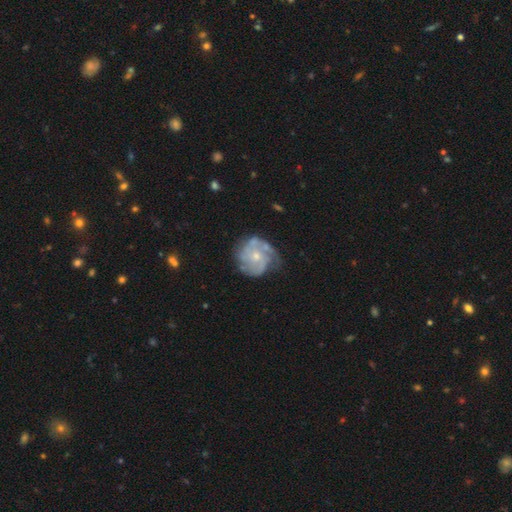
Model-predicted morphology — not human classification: The model was most divided on "spiral winding": tight: 48%, medium: 38%, loose: 14%. Remaining: edge-on disk — no (98%); spiral arms — yes (89%); smooth or featured — featured or disk (78%); bar — no (76%); bulge size — small (60%); merging — none (59%); spiral arm count — 2 (37%).